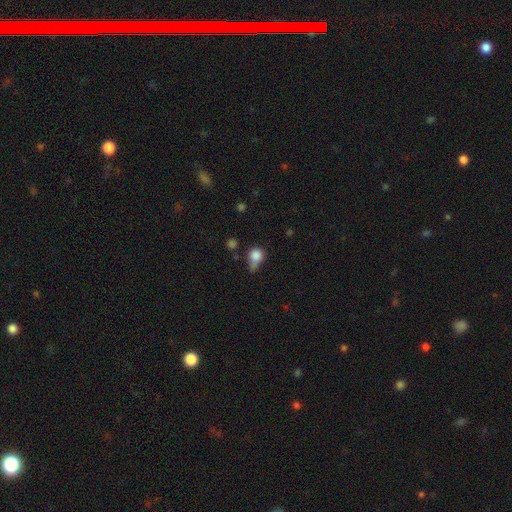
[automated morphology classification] smooth-or-featured: smooth: 80% | star or artifact: 11% | featured or disk: 9%
  how-rounded: round: 75% | in between: 23% | cigar-shaped: 2%
  merging: none: 37% | minor disturbance: 32% | major disturbance: 18% | merger: 14%